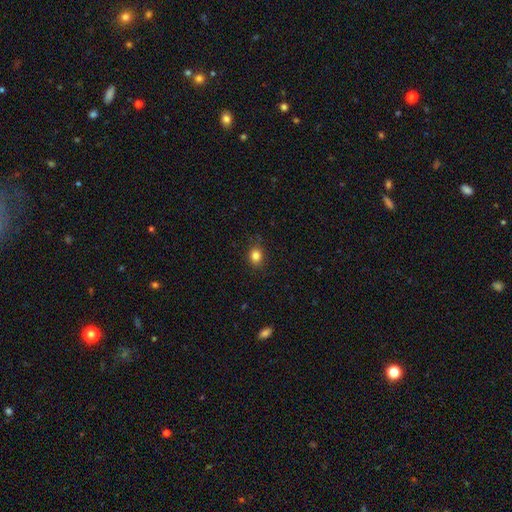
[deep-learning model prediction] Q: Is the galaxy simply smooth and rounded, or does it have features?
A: smooth — 84%.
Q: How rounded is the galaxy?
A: round — 57%.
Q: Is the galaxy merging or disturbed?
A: none — 86%.